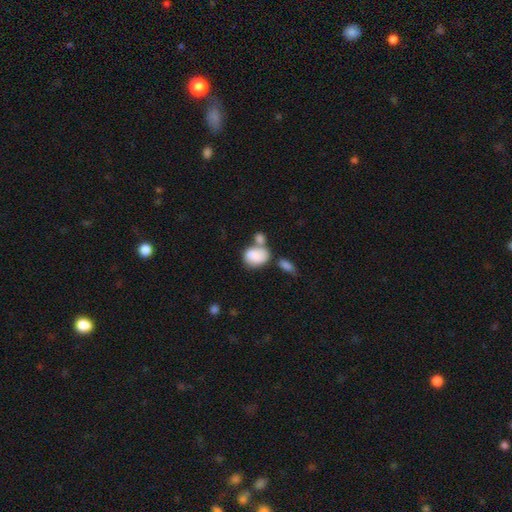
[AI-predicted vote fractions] This is clearly a smooth galaxy (81%). How rounded: likely in between (74%). Merging: possibly merger (48%).